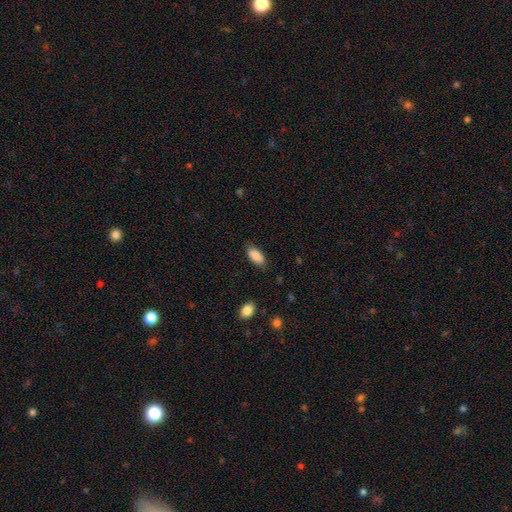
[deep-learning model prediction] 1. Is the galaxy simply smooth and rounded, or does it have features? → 87% smooth, 7% star or artifact, 6% featured or disk.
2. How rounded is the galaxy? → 91% in between, 6% cigar-shaped, 2% round.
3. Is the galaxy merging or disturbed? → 82% none, 14% minor disturbance, 3% major disturbance, 1% merger.